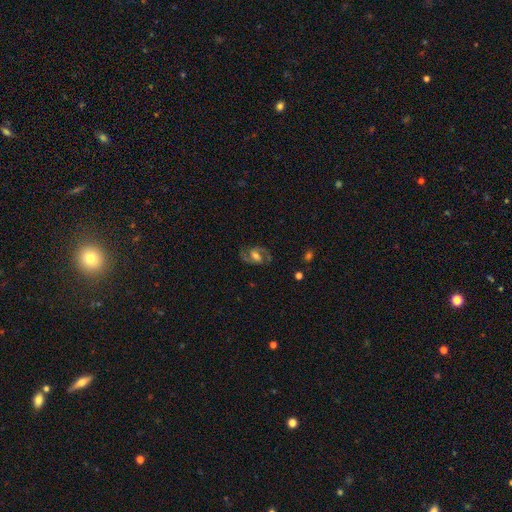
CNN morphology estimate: A featured or disk galaxy (88%) with a weak bar (51%), 2 (93%) medium (62%) spiral arms (97%) and a moderate central bulge (56%). Merging: none (82%).